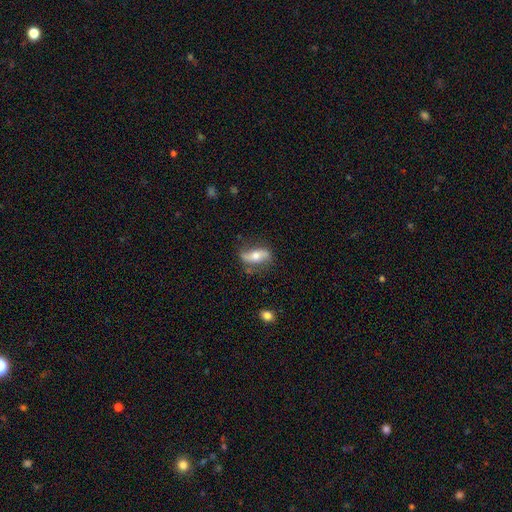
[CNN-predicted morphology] Smooth or featured: featured or disk — 59% (smooth — 34%)
Edge-on disk: no — 77% (yes — 23%)
Merging: none — 69% (minor disturbance — 21%)